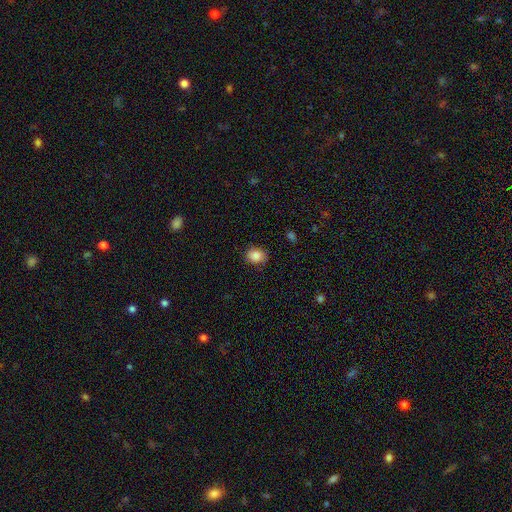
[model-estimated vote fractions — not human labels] Smooth or featured?
  - smooth: 83% *
  - star or artifact: 9%
  - featured or disk: 8%
How rounded?
  - round: 54% *
  - in between: 45%
  - cigar-shaped: 1%
Merging?
  - none: 77% *
  - minor disturbance: 18%
  - major disturbance: 4%
  - merger: 1%